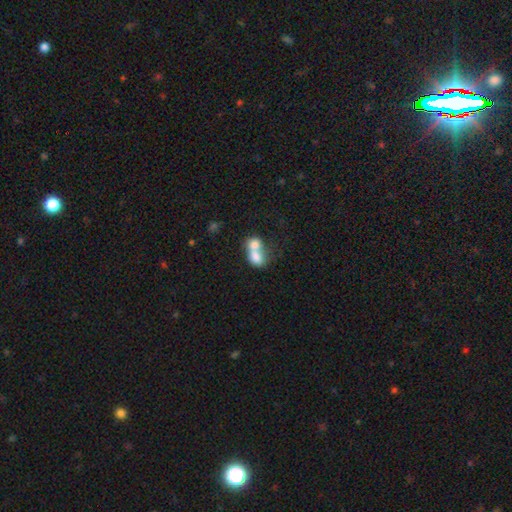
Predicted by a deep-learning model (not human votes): Smooth or featured?
  - smooth: 71% *
  - featured or disk: 20%
  - star or artifact: 9%
How rounded?
  - in between: 60% *
  - round: 39%
  - cigar-shaped: 2%
Merging?
  - merger: 77% *
  - none: 14%
  - minor disturbance: 5%
  - major disturbance: 4%